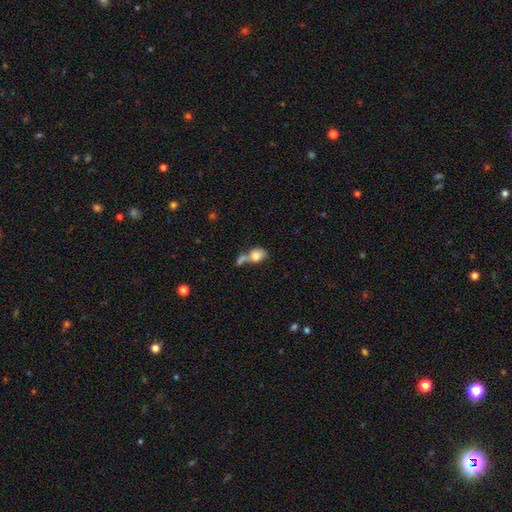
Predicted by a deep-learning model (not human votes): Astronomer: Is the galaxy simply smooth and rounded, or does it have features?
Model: smooth — 76%.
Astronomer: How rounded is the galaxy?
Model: in between — 69%.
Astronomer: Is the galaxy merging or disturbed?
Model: merger — 61%.